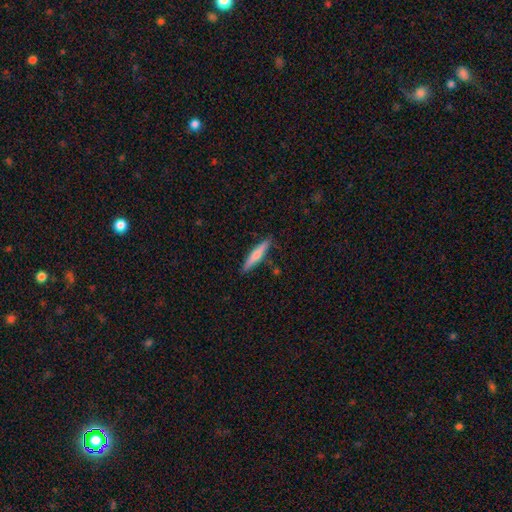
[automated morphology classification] Q: Smooth or featured?
A: smooth (62%); runner-up: featured or disk (32%)
Q: How rounded?
A: cigar-shaped (89%); runner-up: in between (9%)
Q: Merging?
A: none (87%); runner-up: minor disturbance (10%)